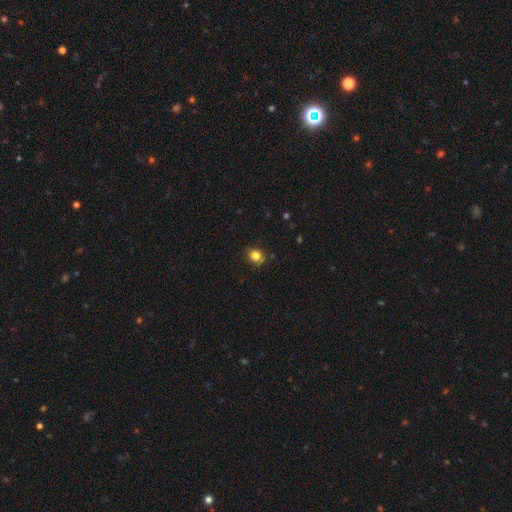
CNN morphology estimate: The model was most divided on "how rounded": round: 68%, in between: 31%, cigar-shaped: 1%. More confident: merging — none (87%); smooth or featured — smooth (82%).